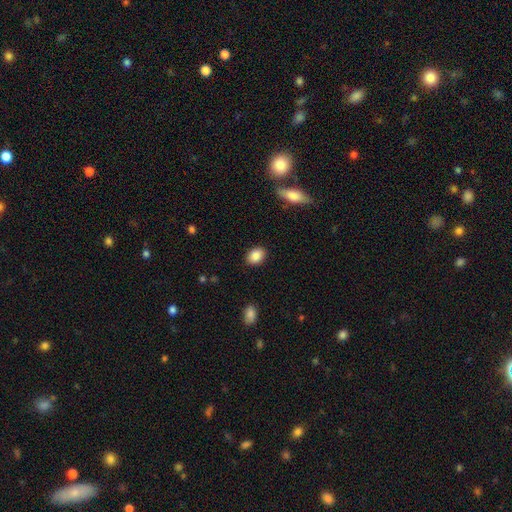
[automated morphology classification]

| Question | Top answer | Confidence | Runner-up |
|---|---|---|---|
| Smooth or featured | smooth | 87% | star or artifact (8%) |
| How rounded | in between | 68% | round (31%) |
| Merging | none | 89% | minor disturbance (8%) |